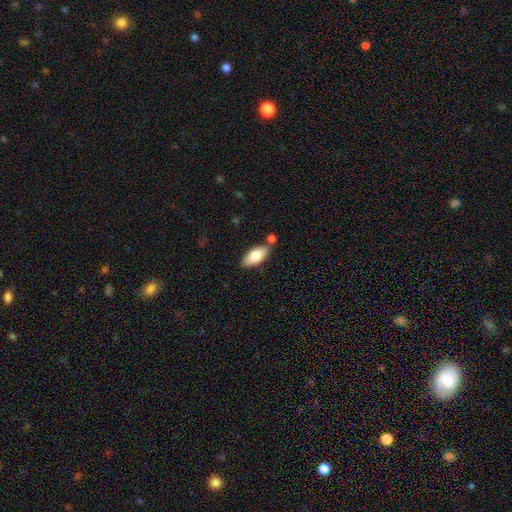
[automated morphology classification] A smooth galaxy with no disk features (77%) that is in between round and cigar-shaped (85%). Merging: none (72%).